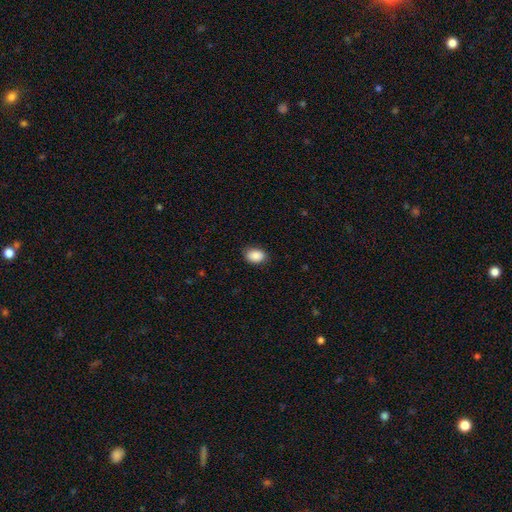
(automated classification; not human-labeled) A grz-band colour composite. It shows a smooth galaxy with no disk features (89%) that is in between round and cigar-shaped (80%). Merging: none (83%).